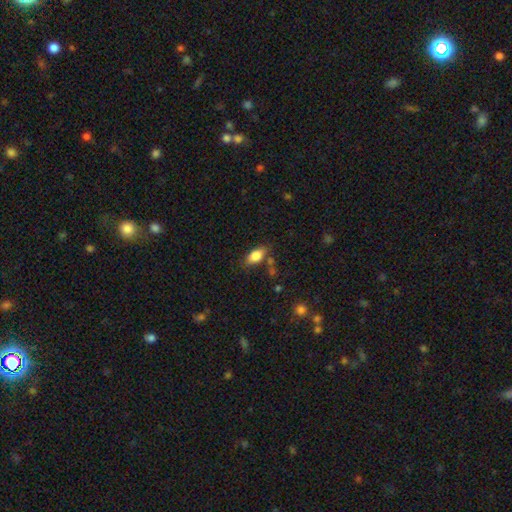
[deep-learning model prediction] smooth-or-featured: smooth: 82% | featured or disk: 10% | star or artifact: 8%
  how-rounded: in between: 88% | cigar-shaped: 8% | round: 4%
  merging: none: 72% | minor disturbance: 18% | merger: 6% | major disturbance: 5%